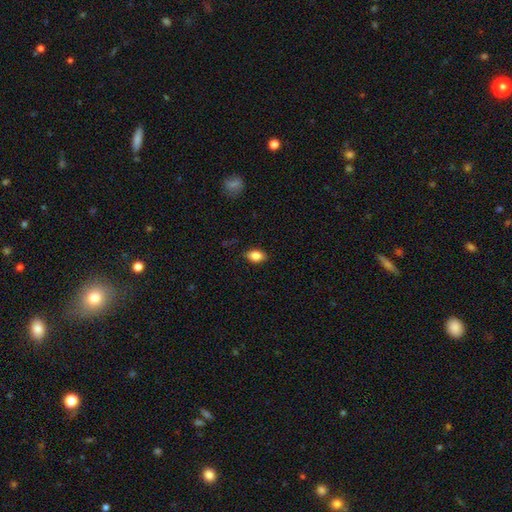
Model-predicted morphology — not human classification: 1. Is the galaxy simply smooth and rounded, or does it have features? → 85% smooth, 8% star or artifact, 7% featured or disk.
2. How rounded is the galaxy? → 85% in between, 13% round, 2% cigar-shaped.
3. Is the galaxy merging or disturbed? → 84% none, 13% minor disturbance, 3% major disturbance, 1% merger.